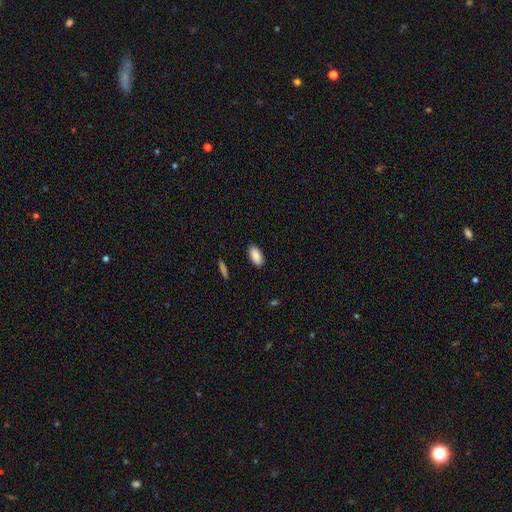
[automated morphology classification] This appears to be a smooth galaxy with no disk features (89%) that is in between round and cigar-shaped (92%). Merging: none (88%).